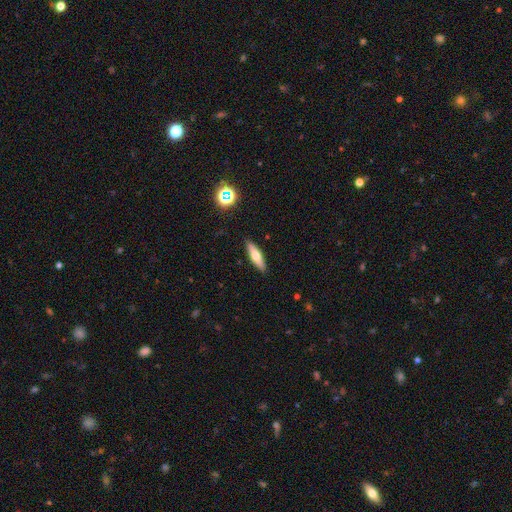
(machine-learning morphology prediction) Smooth or featured?
  - smooth: 56% *
  - featured or disk: 37%
  - star or artifact: 7%
How rounded?
  - cigar-shaped: 65% *
  - in between: 33%
  - round: 2%
Merging?
  - none: 89% *
  - minor disturbance: 8%
  - major disturbance: 2%
  - merger: 1%